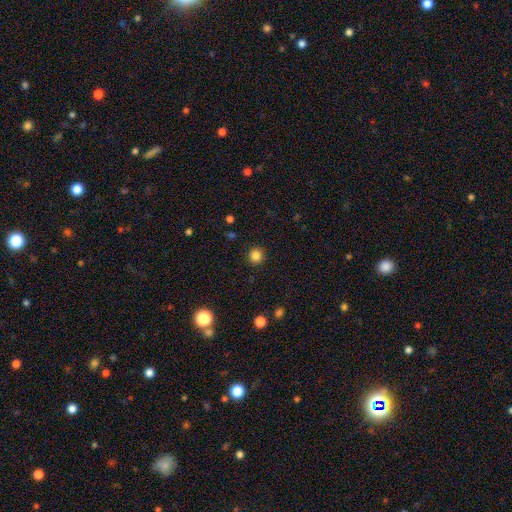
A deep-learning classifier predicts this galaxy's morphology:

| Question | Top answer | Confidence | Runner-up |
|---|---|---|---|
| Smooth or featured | smooth | 84% | star or artifact (12%) |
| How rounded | round | 94% | in between (5%) |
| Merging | none | 92% | minor disturbance (5%) |